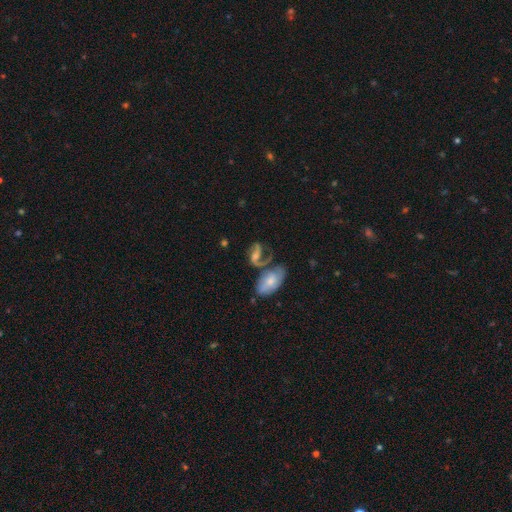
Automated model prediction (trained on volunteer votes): Morphology: type=featured or disk (64%); edge-on=no (94%); bar=no (46%); spiral arms=yes (84%); winding=loose (44%); arm count=2 (67%); bulge=moderate (43%); merging=merger (38%).